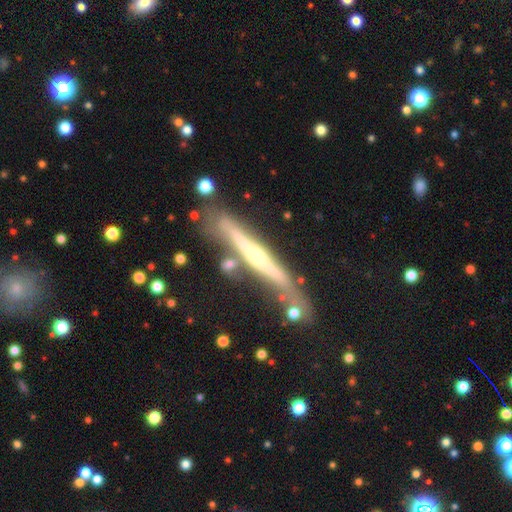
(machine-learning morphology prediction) type=featured or disk (69%); edge-on=yes (93%); edge-on bulge=rounded (64%); merging=none (66%).